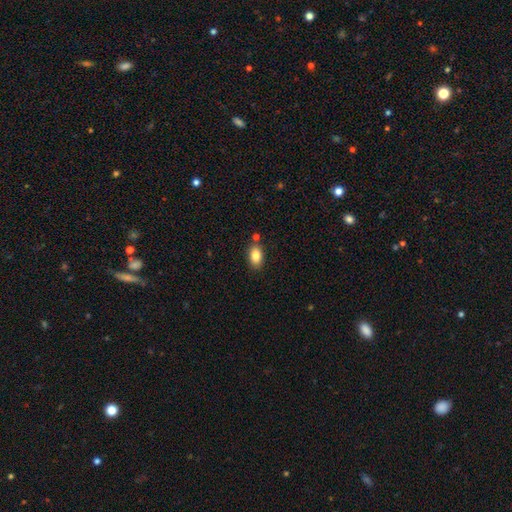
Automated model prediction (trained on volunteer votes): This is clearly a smooth galaxy (85%). How rounded: clearly in between (89%). Merging: likely none (80%).